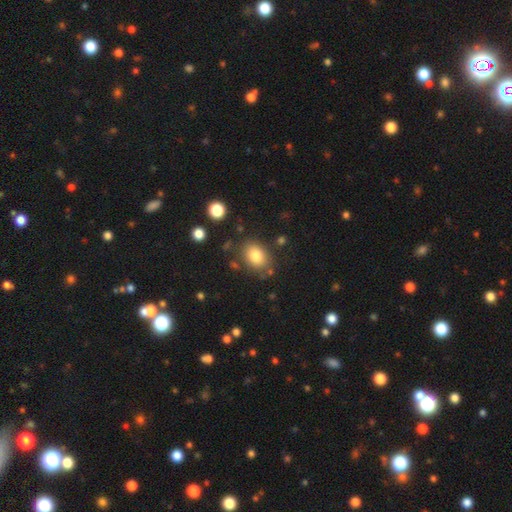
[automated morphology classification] smooth-or-featured: smooth: 81% | featured or disk: 10% | star or artifact: 10%
  how-rounded: in between: 68% | round: 31% | cigar-shaped: 1%
  merging: none: 78% | minor disturbance: 13% | major disturbance: 4% | merger: 4%